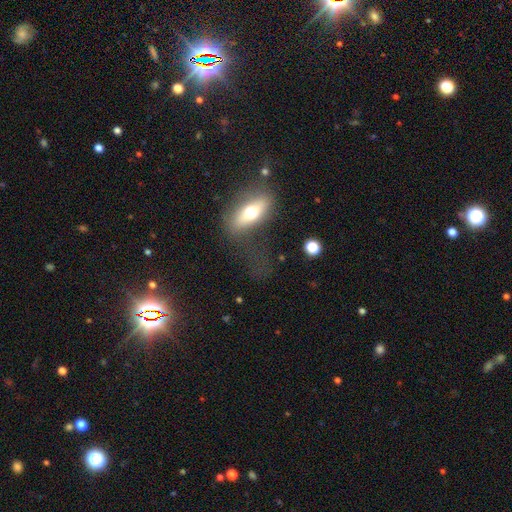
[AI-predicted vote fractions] smooth-or-featured: smooth: 42% | featured or disk: 35% | star or artifact: 23%
  merging: none: 49% | major disturbance: 24% | minor disturbance: 22% | merger: 5%